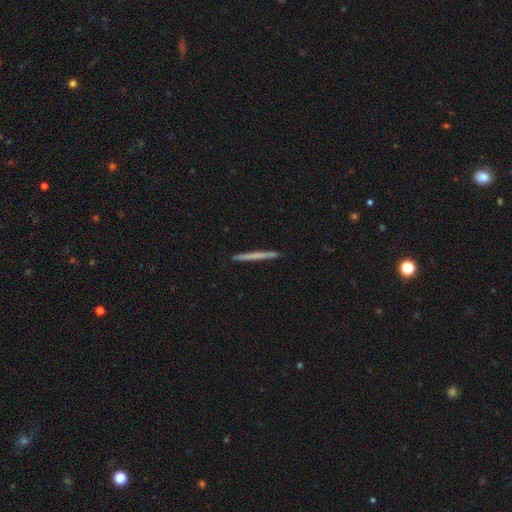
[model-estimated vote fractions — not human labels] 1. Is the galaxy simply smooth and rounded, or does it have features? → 55% smooth, 39% featured or disk, 5% star or artifact.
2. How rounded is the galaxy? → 97% cigar-shaped, 2% in between, 1% round.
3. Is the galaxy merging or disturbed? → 93% none, 5% minor disturbance, 1% major disturbance, 1% merger.